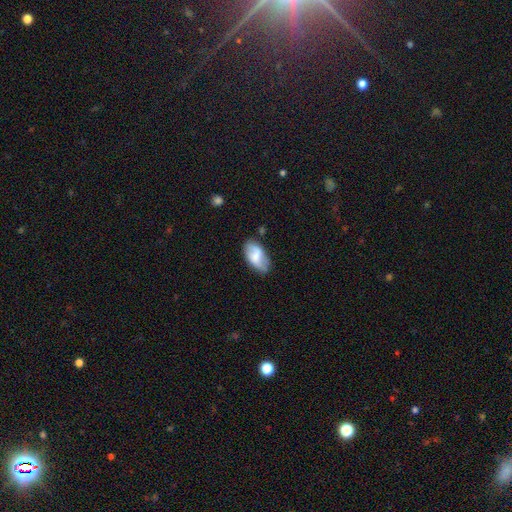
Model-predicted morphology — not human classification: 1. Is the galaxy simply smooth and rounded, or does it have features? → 62% smooth, 30% featured or disk, 7% star or artifact.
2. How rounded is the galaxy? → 94% in between, 4% round, 2% cigar-shaped.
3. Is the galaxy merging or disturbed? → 68% none, 24% minor disturbance, 6% major disturbance, 3% merger.